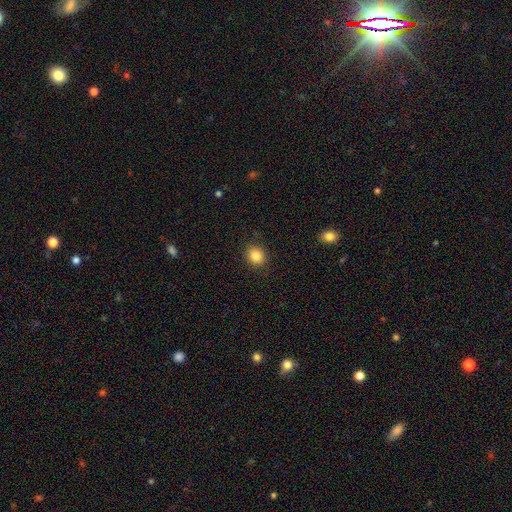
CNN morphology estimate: This appears to be a smooth galaxy with no disk features (85%) that is round (76%). Merging: none (89%).